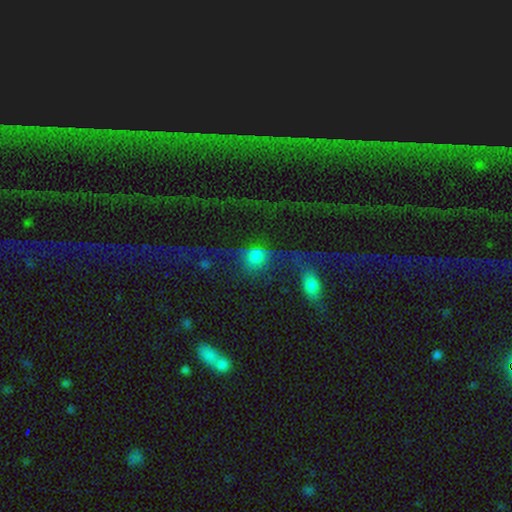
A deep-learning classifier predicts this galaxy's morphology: This is marginally a smooth galaxy (41%). Merging: marginally none (43%).